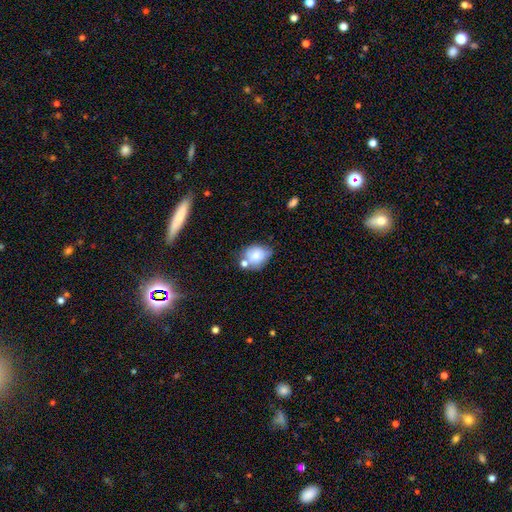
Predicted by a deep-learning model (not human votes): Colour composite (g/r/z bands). It shows a smooth galaxy with no disk features (75%) that is in between round and cigar-shaped (55%). Merging: none (45%).